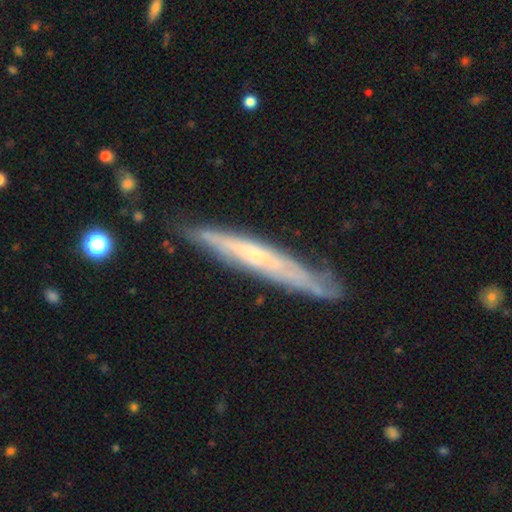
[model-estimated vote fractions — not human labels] A featured or disk galaxy (68%) viewed edge-on (78%) with no central bulge (60%).

Vote fractions:
- Smooth or featured? featured or disk: 68% / smooth: 26% / star or artifact: 6%
- Edge-on disk? yes: 78% / no: 22%
- Edge-on bulge? none: 60% / rounded: 35% / boxy: 5%
- Merging? none: 75% / minor disturbance: 19% / major disturbance: 4% / merger: 2%